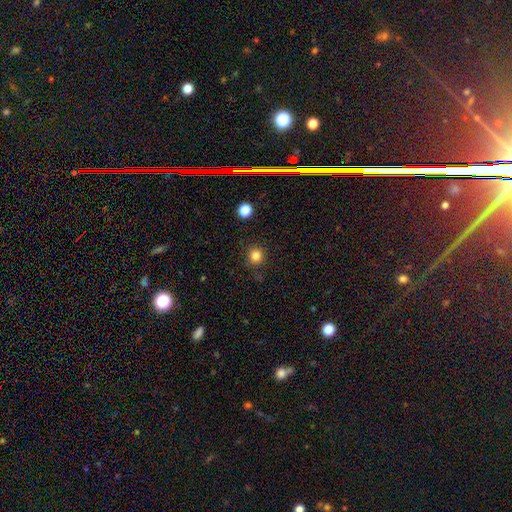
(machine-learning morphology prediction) smooth_or_featured: smooth (p=0.83) [alt: star or artifact p=0.13]
how_rounded: round (p=0.94) [alt: in between p=0.05]
merging: none (p=0.88) [alt: minor disturbance p=0.08]